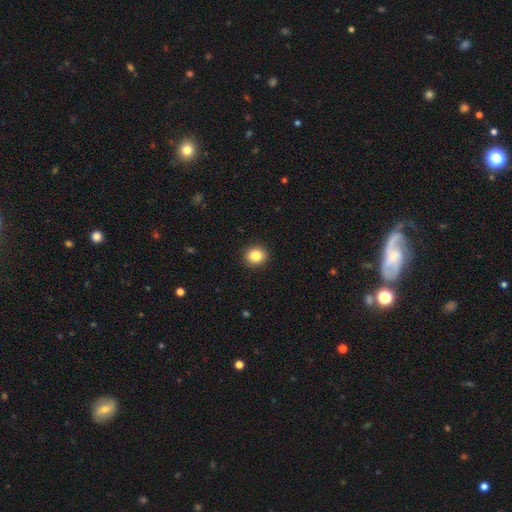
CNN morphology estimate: This appears to be a smooth galaxy with no disk features (85%) that is round (81%). Merging: none (92%).